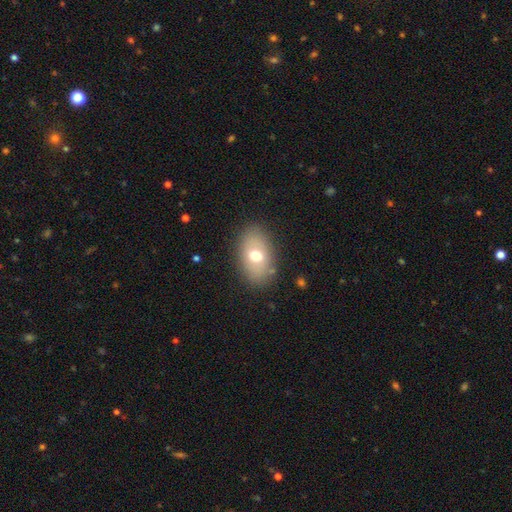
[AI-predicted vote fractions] This appears to be a smooth galaxy with no disk features (66%) that is in between round and cigar-shaped (86%). Merging: none (83%).